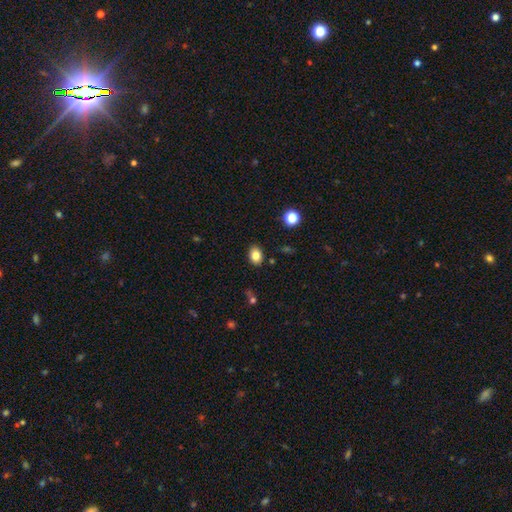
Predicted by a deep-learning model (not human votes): This appears to be a smooth galaxy with no disk features (83%) that is in between round and cigar-shaped (66%). Merging: none (88%).